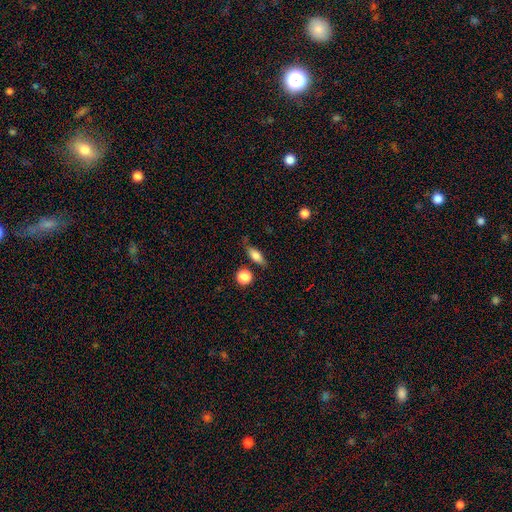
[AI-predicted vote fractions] Q: Smooth or featured?
A: smooth (73%); runner-up: featured or disk (19%)
Q: How rounded?
A: in between (65%); runner-up: cigar-shaped (27%)
Q: Merging?
A: none (72%); runner-up: minor disturbance (18%)